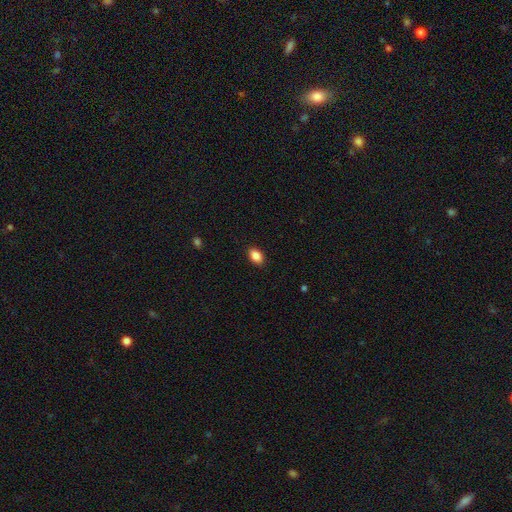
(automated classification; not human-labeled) This is clearly a smooth galaxy (88%). How rounded: clearly in between (87%). Merging: clearly none (89%).